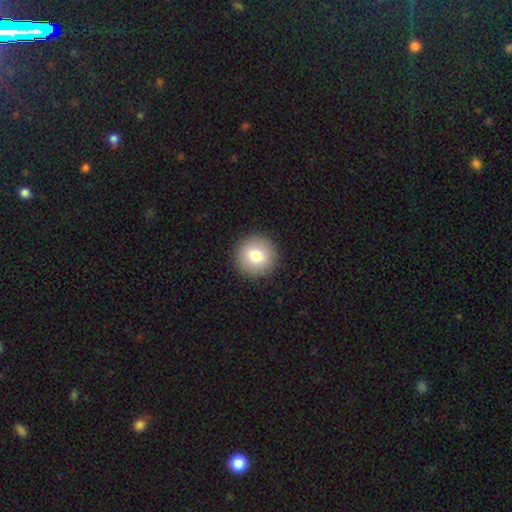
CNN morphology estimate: A smooth galaxy with no disk features (80%) that is round (96%).

Vote fractions:
- Smooth or featured? smooth: 80% / featured or disk: 12% / star or artifact: 9%
- How rounded? round: 96% / in between: 3% / cigar-shaped: 1%
- Merging? none: 93% / minor disturbance: 4% / major disturbance: 2% / merger: 1%